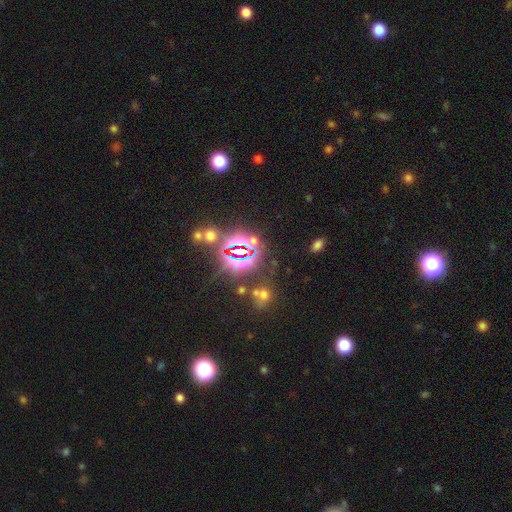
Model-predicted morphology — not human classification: This is likely a star or artifact rather than a galaxy (79%).